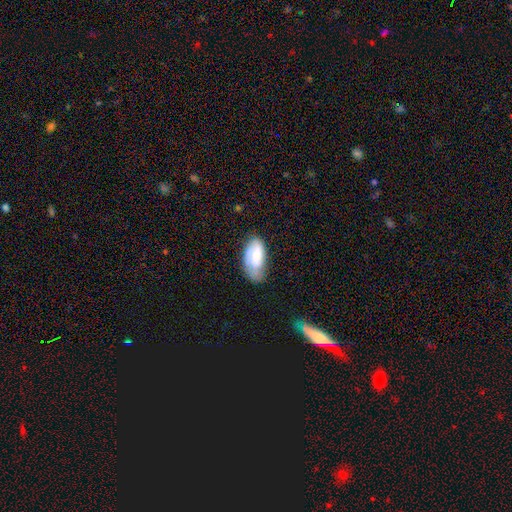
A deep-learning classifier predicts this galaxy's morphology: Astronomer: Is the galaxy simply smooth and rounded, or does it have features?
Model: smooth — 54% (runner-up: featured or disk, 39%).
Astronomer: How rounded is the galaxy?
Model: in between — 92%.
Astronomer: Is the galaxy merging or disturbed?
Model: none — 57%.